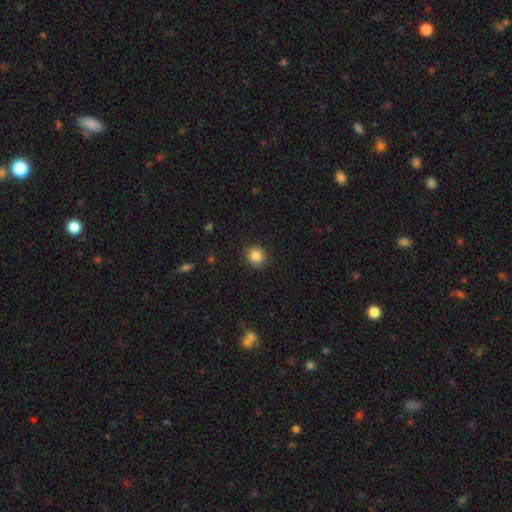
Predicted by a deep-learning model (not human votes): Morphology: type=smooth (86%); roundness=round (90%); merging=none (88%).